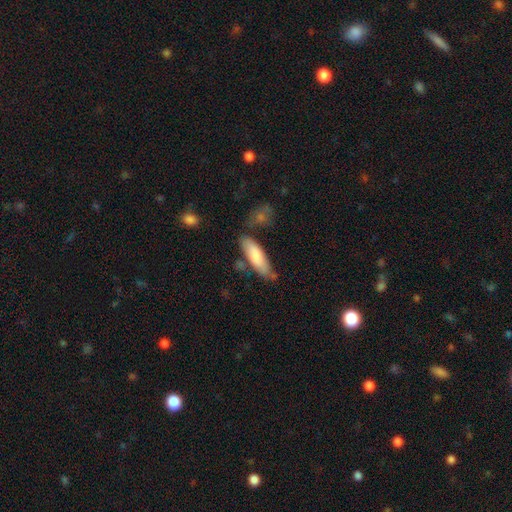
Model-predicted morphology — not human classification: The model was most divided on "how rounded": cigar-shaped: 50%, in between: 49%, round: 2%. More confident: smooth or featured — smooth (79%); merging — none (67%).